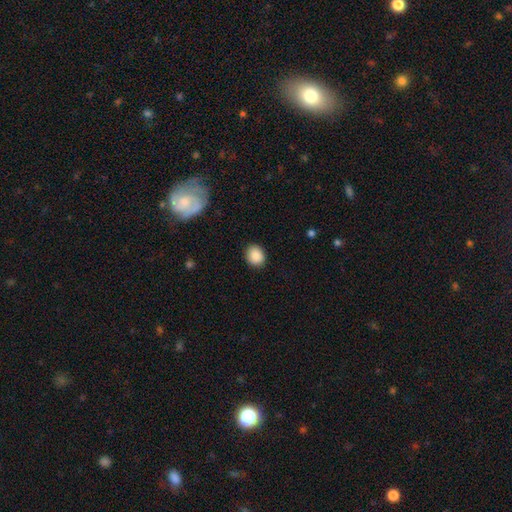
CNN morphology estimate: A smooth galaxy with no disk features (89%) that is round (63%).

Vote fractions:
- Smooth or featured? smooth: 89% / star or artifact: 8% / featured or disk: 3%
- How rounded? round: 63% / in between: 36% / cigar-shaped: 1%
- Merging? none: 89% / minor disturbance: 8% / major disturbance: 2% / merger: 1%